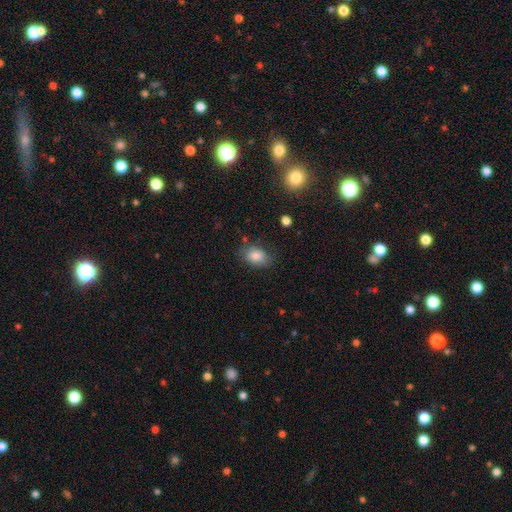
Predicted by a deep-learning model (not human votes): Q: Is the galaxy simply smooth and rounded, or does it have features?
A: smooth — 82%.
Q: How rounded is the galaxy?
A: in between — 76%.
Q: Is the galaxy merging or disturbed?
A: none — 70%.